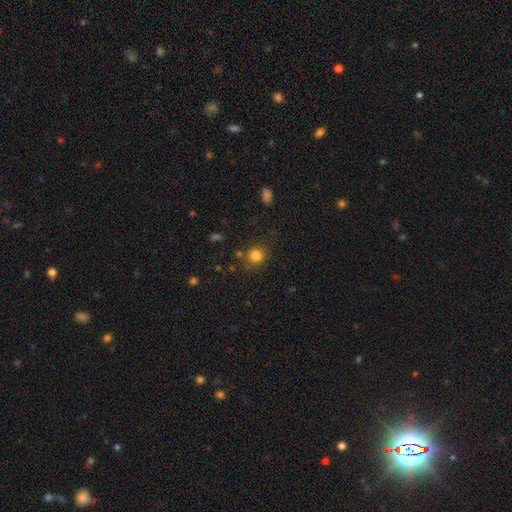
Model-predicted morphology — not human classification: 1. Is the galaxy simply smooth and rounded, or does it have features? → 82% smooth, 12% star or artifact, 5% featured or disk.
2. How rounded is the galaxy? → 83% round, 16% in between, 1% cigar-shaped.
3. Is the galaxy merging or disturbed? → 77% none, 13% minor disturbance, 5% merger, 5% major disturbance.